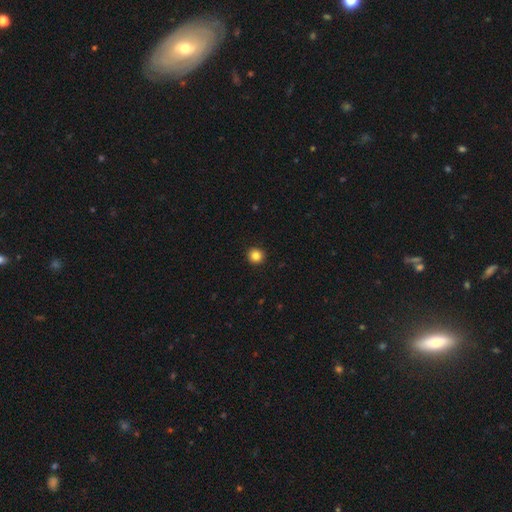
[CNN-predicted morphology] This is clearly a smooth galaxy (85%). How rounded: clearly round (93%). Merging: clearly none (93%).